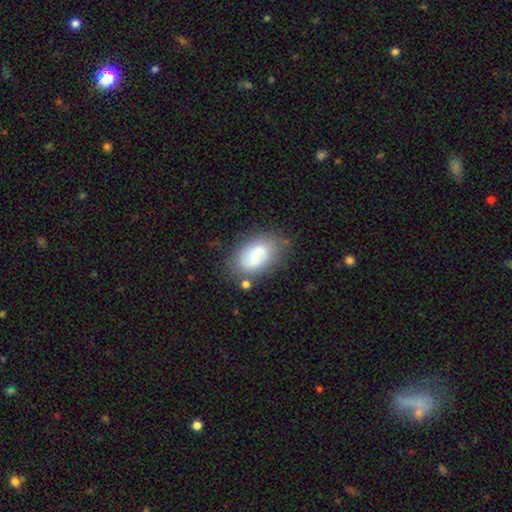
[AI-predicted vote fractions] This appears to be a smooth galaxy with no disk features (64%) that is in between round and cigar-shaped (88%). Merging: none (59%).